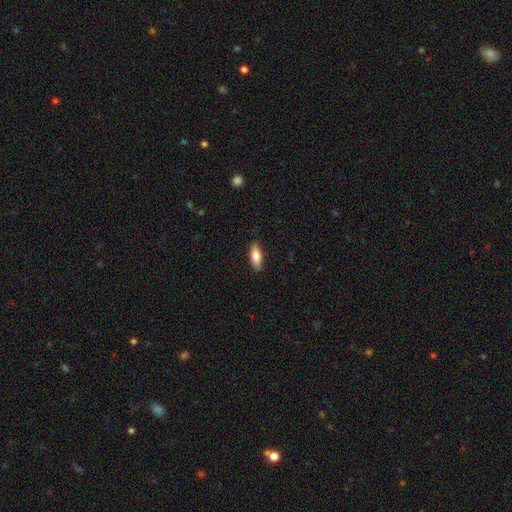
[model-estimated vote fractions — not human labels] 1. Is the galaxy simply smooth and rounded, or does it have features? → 72% smooth, 21% featured or disk, 6% star or artifact.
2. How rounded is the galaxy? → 67% in between, 30% cigar-shaped, 3% round.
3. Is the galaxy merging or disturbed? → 87% none, 10% minor disturbance, 2% major disturbance, 1% merger.